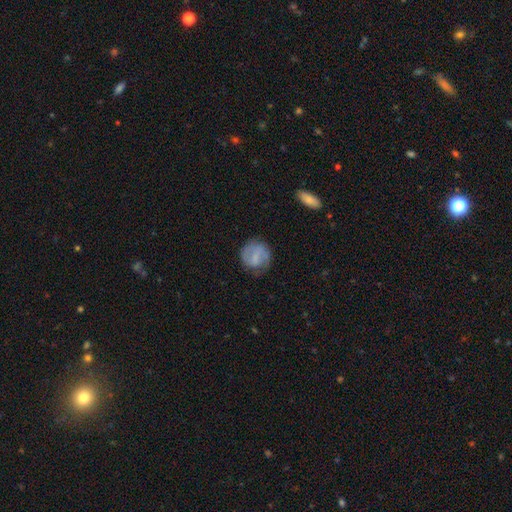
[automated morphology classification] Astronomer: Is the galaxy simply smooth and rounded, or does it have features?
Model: smooth — 55% (runner-up: featured or disk, 38%).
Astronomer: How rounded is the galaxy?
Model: round — 82%.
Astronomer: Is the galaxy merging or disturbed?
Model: none — 66%.